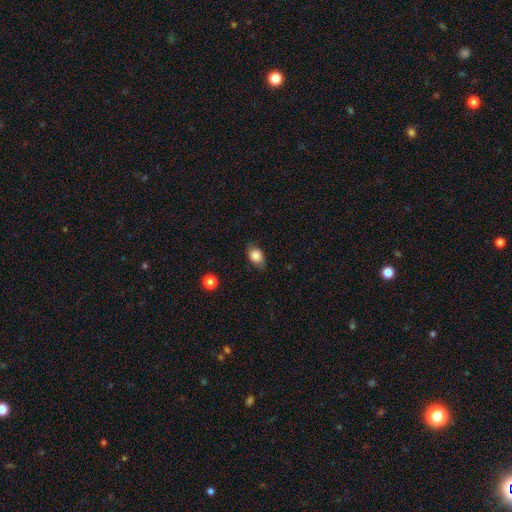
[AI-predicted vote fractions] Overall: smooth (83%). How rounded: in between (75%). Merging: none (75%).